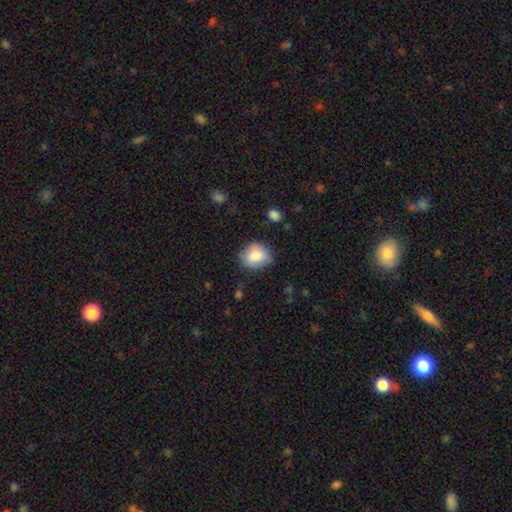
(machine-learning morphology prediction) This appears to be a smooth galaxy with no disk features (83%) that is round (66%). Merging: none (76%).